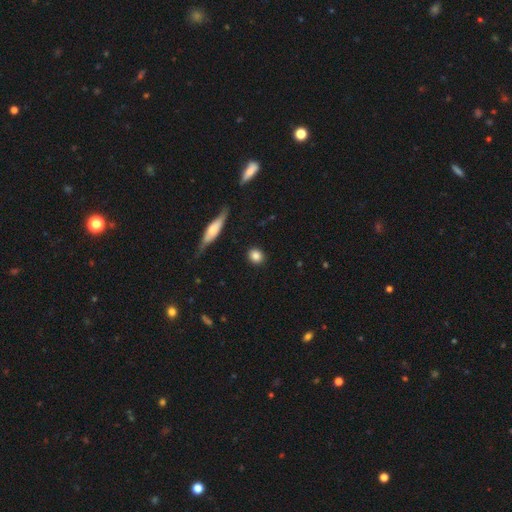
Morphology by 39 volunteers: A smooth galaxy with no disk features (82%) that is round (78%).

Vote fractions:
- Smooth or featured? smooth: 82% / featured or disk: 13% / star or artifact: 5%
- How rounded? round: 78% / in between: 22% / cigar-shaped: 0%
- Merging? none: 95% / minor disturbance: 3% / merger: 3% / major disturbance: 0%